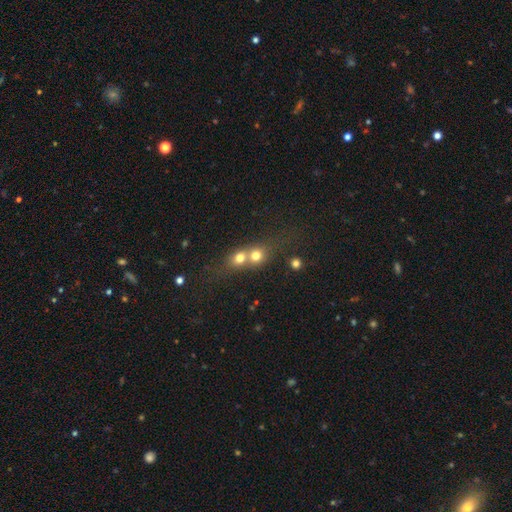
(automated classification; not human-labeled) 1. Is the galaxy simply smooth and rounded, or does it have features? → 71% smooth, 16% featured or disk, 13% star or artifact.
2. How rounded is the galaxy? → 73% round, 24% in between, 3% cigar-shaped.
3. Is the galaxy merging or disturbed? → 68% merger, 25% none, 5% minor disturbance, 3% major disturbance.